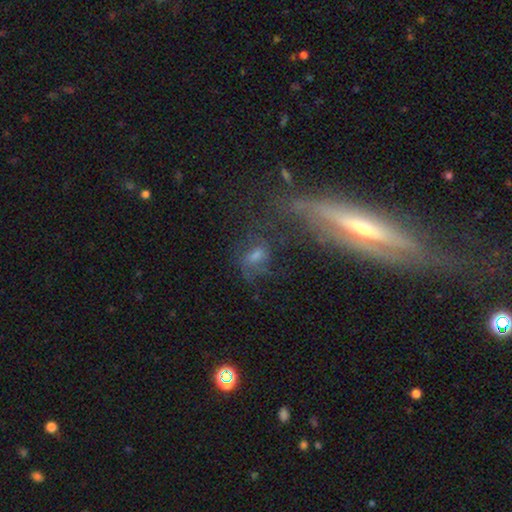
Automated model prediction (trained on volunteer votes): Overall: featured or disk (45%; smooth 33%). Merging: none (46%; major disturbance 21%).